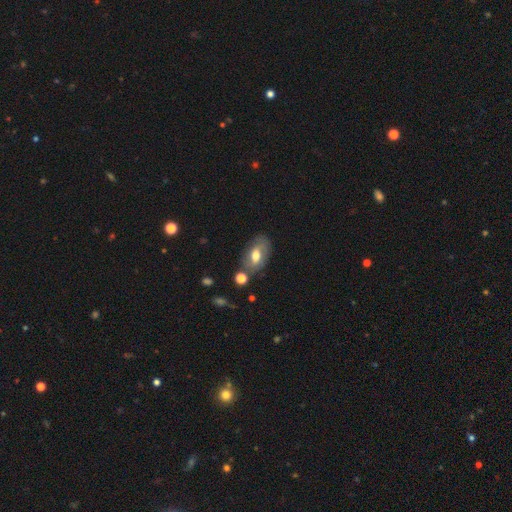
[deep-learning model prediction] smooth_or_featured: smooth (p=0.52) [alt: featured or disk p=0.40]
how_rounded: in between (p=0.89) [alt: round p=0.08]
merging: none (p=0.65) [alt: minor disturbance p=0.20]